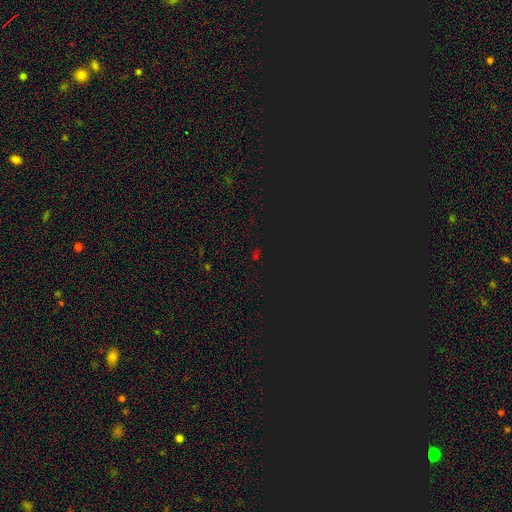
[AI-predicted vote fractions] Overall: star or artifact (71%).